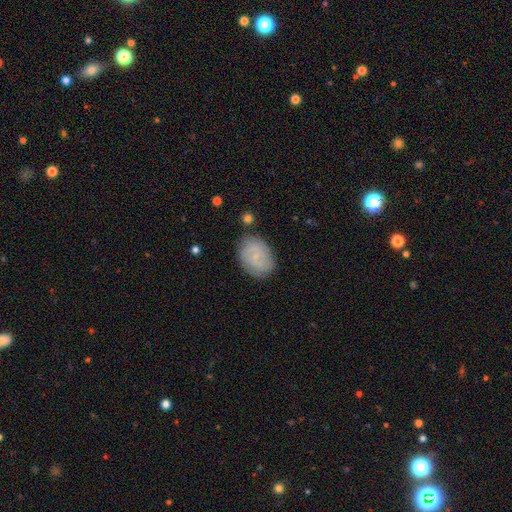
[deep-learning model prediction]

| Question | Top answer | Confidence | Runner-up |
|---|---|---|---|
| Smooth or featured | smooth | 48% | featured or disk (44%) |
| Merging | none | 80% | minor disturbance (14%) |